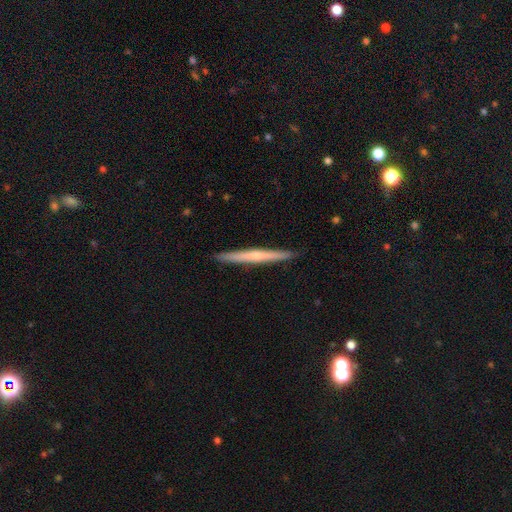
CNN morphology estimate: A featured or disk galaxy (53%) viewed edge-on (97%) with no central bulge (57%). Merging: none (92%).